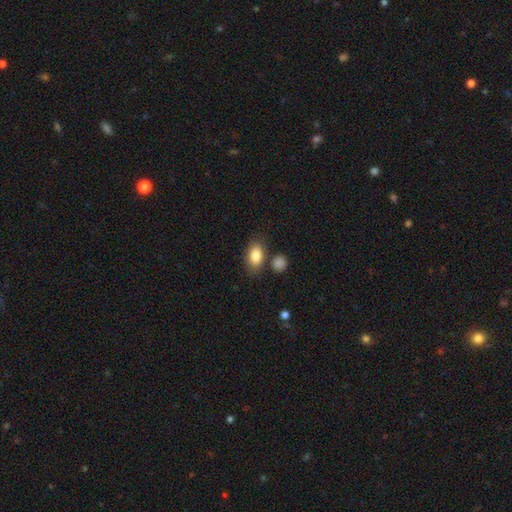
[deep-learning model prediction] This is clearly a smooth galaxy (84%). How rounded: clearly in between (87%). Merging: likely none (73%).